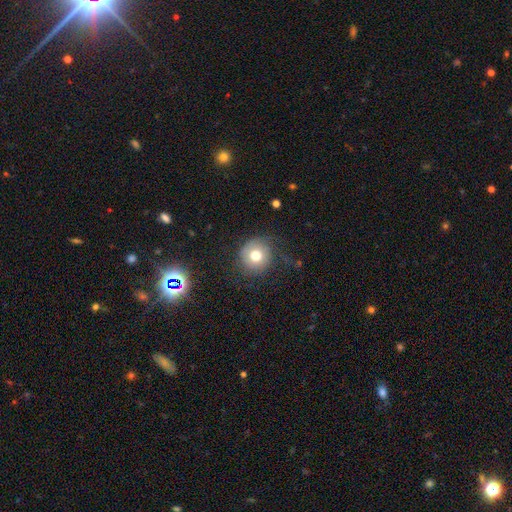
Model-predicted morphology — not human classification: A smooth galaxy with no disk features (73%) that is round (90%). Merging: none (70%).